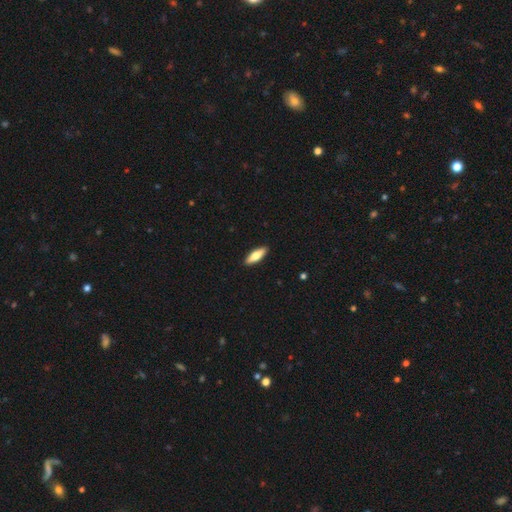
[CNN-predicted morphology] Smooth or featured: smooth — 68% (featured or disk — 27%)
How rounded: in between — 49% (tied with cigar-shaped — 49%)
Merging: none — 91% (minor disturbance — 7%)